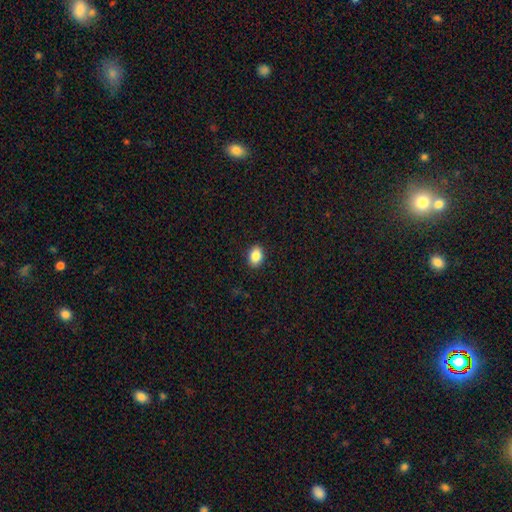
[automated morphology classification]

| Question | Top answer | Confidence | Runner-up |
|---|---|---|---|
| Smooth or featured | smooth | 87% | star or artifact (8%) |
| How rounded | in between | 70% | round (29%) |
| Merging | none | 91% | minor disturbance (7%) |